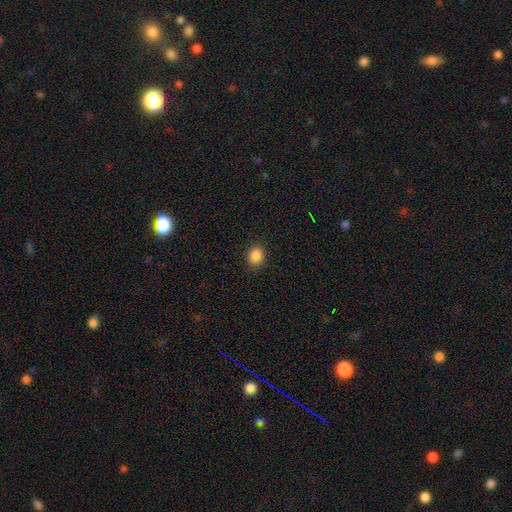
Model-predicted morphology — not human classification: This is clearly a smooth galaxy (87%). How rounded: likely round (66%). Merging: clearly none (89%).